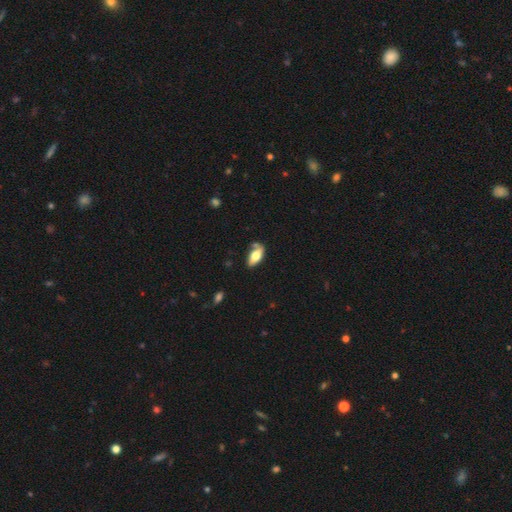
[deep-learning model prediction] Smooth or featured? Predicted: smooth (p=0.70). How rounded? Predicted: in between (p=0.88). Merging? Predicted: none (p=0.58).